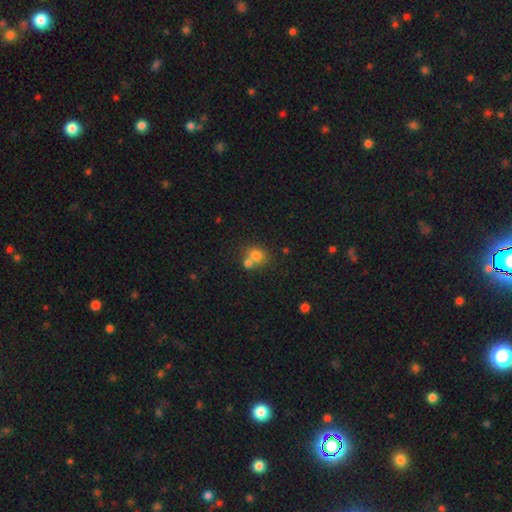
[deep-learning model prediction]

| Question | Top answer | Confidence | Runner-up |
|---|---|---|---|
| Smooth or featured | smooth | 76% | star or artifact (13%) |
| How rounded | round | 76% | in between (23%) |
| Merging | none | 45% | merger (44%) |